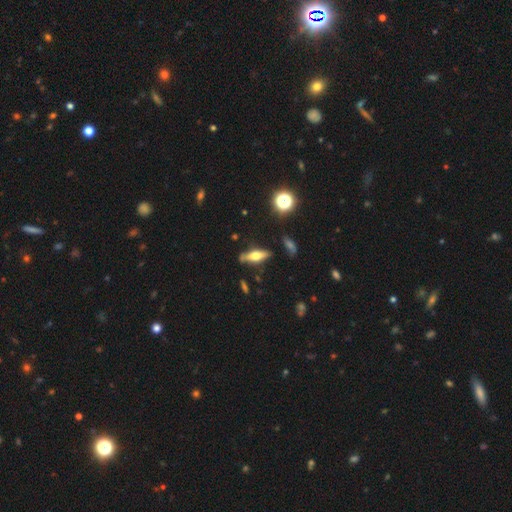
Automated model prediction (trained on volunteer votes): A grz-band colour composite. It shows a featured or disk galaxy (51%) viewed edge-on (88%). Merging: none (76%).